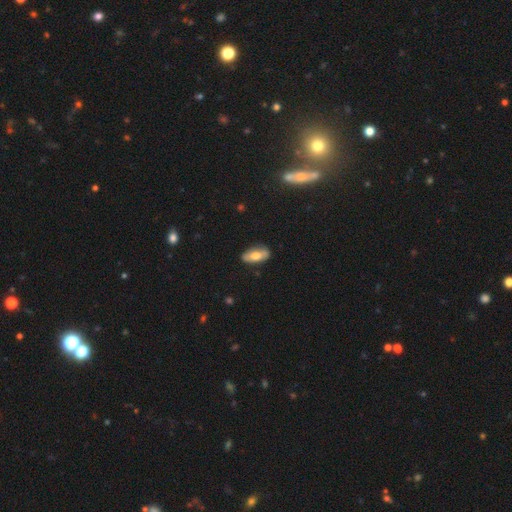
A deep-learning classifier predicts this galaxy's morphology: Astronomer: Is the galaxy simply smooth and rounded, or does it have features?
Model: smooth — 65%.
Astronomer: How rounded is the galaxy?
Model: in between — 86%.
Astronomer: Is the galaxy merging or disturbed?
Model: none — 80%.